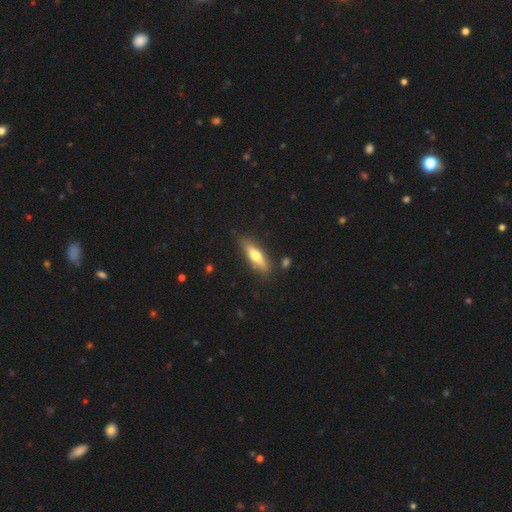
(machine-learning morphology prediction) Overall: smooth (54%; featured or disk 40%). How rounded: cigar-shaped (61%; in between 37%). Merging: none (82%).